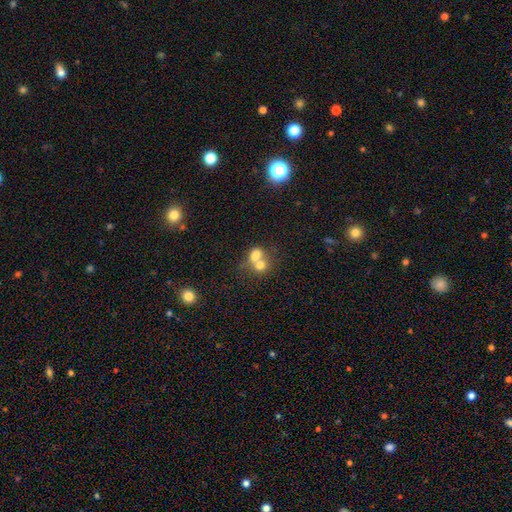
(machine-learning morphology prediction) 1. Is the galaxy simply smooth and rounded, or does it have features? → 70% smooth, 18% featured or disk, 12% star or artifact.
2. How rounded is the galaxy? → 57% round, 42% in between, 1% cigar-shaped.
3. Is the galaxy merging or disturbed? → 67% merger, 23% none, 6% minor disturbance, 4% major disturbance.